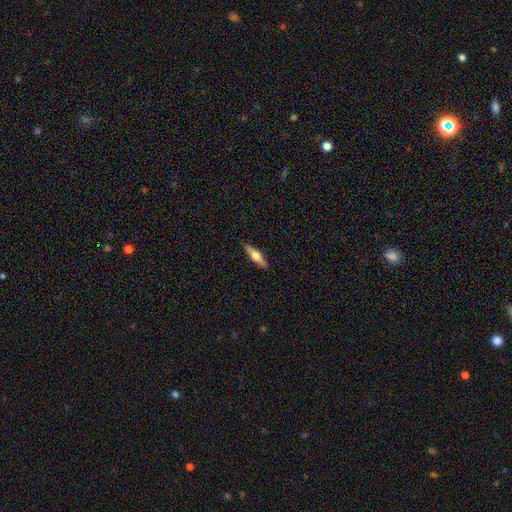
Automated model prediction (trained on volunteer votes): smooth 48%, featured or disk 46%, star or artifact 6%. Down the decision tree: merging — none (90%).